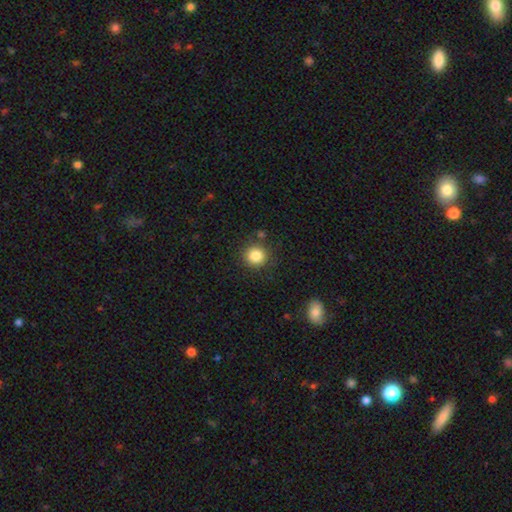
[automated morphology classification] Smooth or featured? smooth (84%)
How rounded? round (92%)
Merging? none (84%)